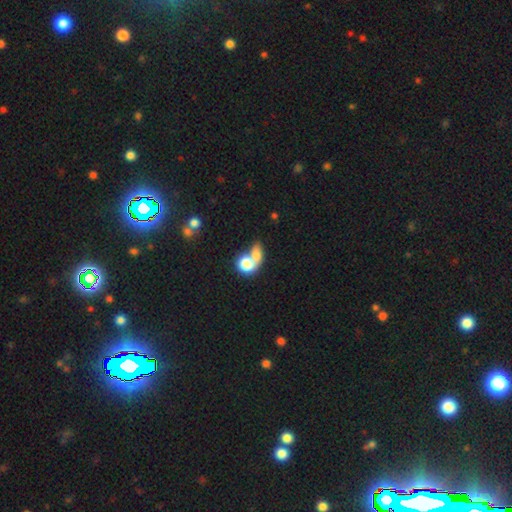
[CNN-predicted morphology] Overall: smooth (71%). How rounded: in between (49%; round 48%). Merging: merger (56%; none 29%).